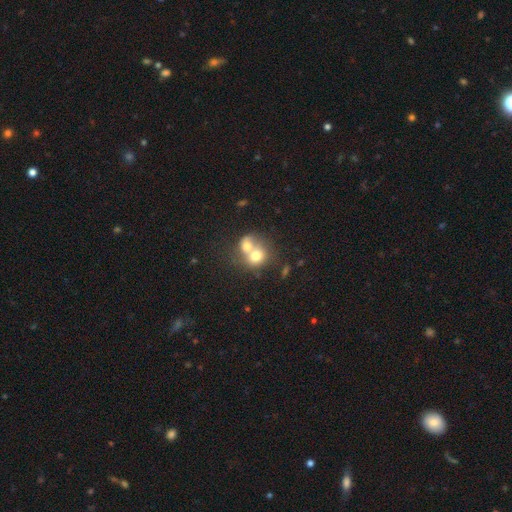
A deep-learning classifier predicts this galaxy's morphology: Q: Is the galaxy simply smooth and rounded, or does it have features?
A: smooth — 66%.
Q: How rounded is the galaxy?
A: round — 62%.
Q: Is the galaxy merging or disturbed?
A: merger — 72%.